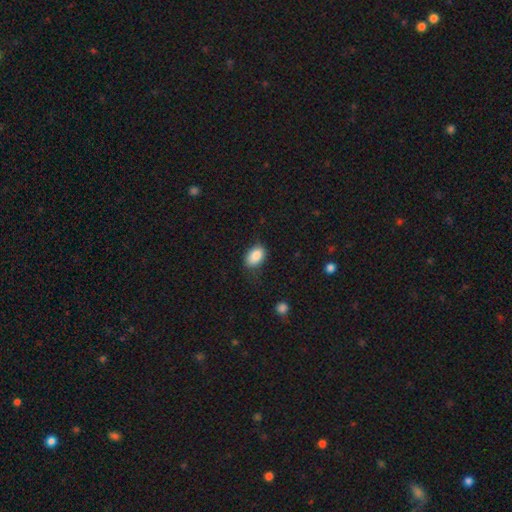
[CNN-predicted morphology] smooth_or_featured: smooth (p=0.87) [alt: star or artifact p=0.08]
how_rounded: in between (p=0.88) [alt: round p=0.10]
merging: none (p=0.73) [alt: minor disturbance p=0.20]